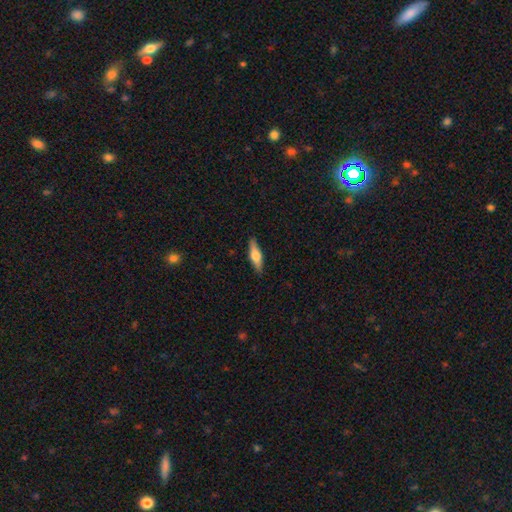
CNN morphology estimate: Smooth or featured? smooth (49%)
Merging? none (89%)